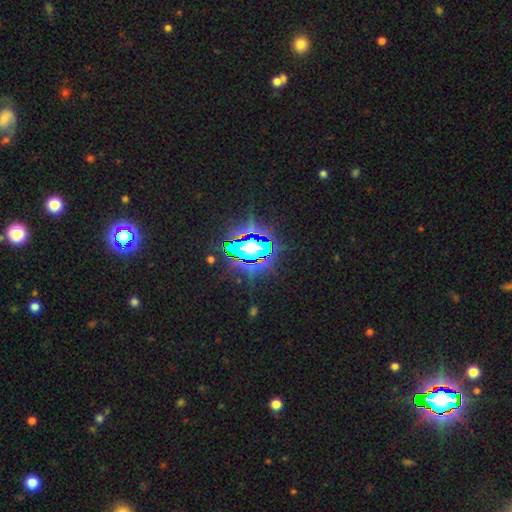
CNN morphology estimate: The model was most divided on "smooth or featured": star or artifact: 75%, smooth: 13%, featured or disk: 11%.